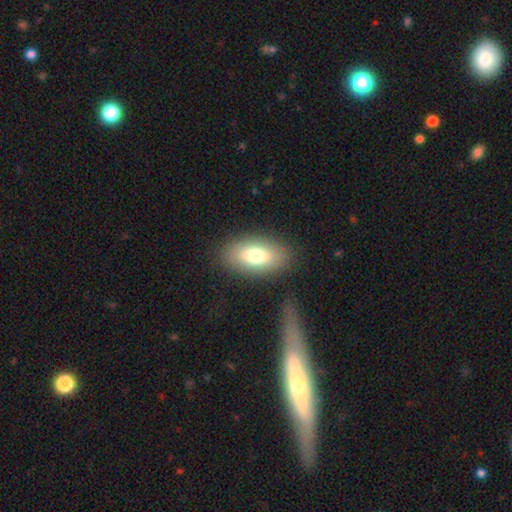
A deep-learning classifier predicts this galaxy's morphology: Q: Smooth or featured?
A: smooth (71%); runner-up: featured or disk (20%)
Q: How rounded?
A: in between (90%); runner-up: round (7%)
Q: Merging?
A: none (83%); runner-up: minor disturbance (10%)